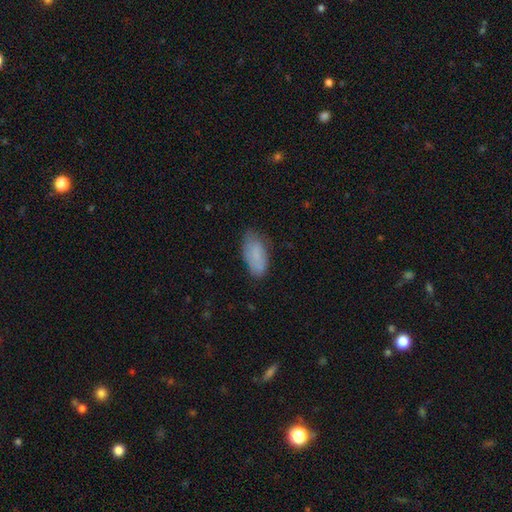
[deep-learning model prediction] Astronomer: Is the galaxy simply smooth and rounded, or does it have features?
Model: smooth — 81%.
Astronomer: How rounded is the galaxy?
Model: in between — 91%.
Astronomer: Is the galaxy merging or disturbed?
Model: none — 71%.